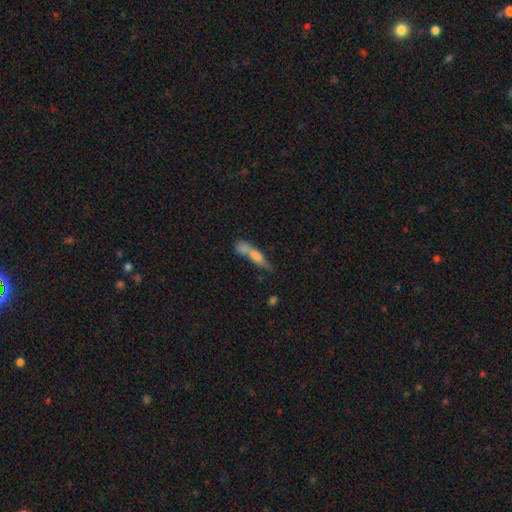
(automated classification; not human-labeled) smooth_or_featured: smooth (p=0.60) [alt: featured or disk p=0.32]
how_rounded: cigar-shaped (p=0.70) [alt: in between p=0.26]
merging: merger (p=0.45) [alt: none p=0.33]